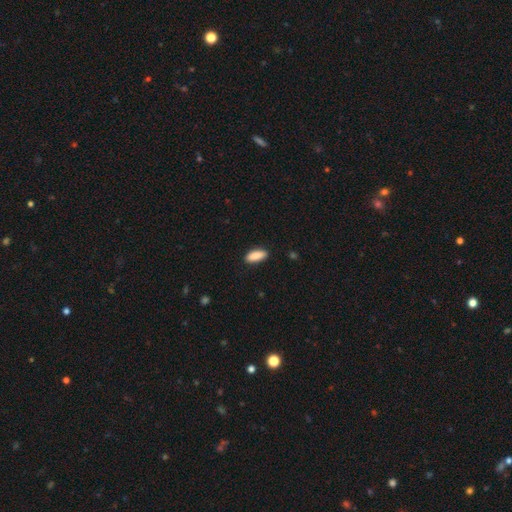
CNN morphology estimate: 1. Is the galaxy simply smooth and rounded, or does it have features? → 89% smooth, 6% star or artifact, 5% featured or disk.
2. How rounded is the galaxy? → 78% in between, 20% cigar-shaped, 2% round.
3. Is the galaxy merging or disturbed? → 87% none, 10% minor disturbance, 2% major disturbance, 1% merger.